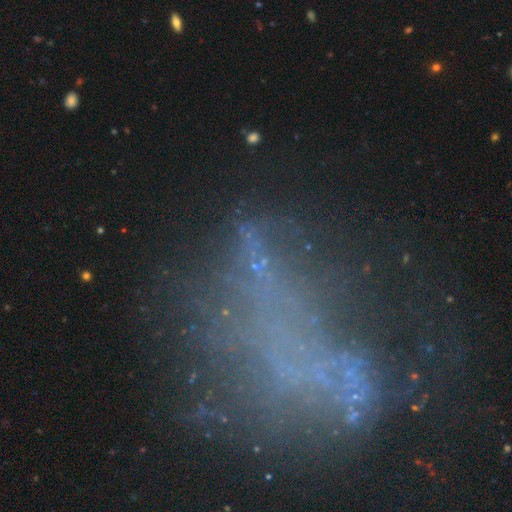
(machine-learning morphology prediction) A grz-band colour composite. It shows a featured or disk galaxy (40%, tied with star or artifact). Merging: none (41%).